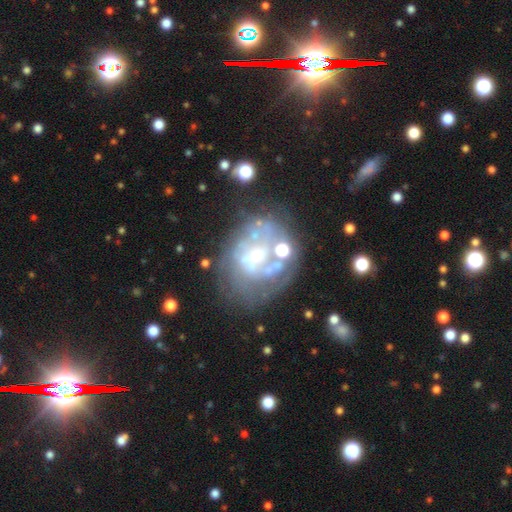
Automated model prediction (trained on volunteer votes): smooth_or_featured: featured or disk (p=0.70) [alt: smooth p=0.17]
disk_edge_on: no (p=0.98) [alt: yes p=0.02]
bar: no (p=0.73) [alt: weak p=0.20]
has_spiral_arms: no (p=0.60) [alt: yes p=0.40]
bulge_size: small (p=0.38) [alt: moderate p=0.34]
merging: none (p=0.45) [alt: major disturbance p=0.24]